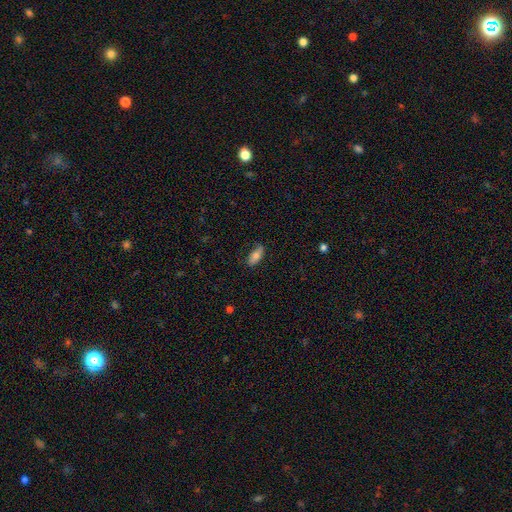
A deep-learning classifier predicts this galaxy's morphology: type=smooth (70%); roundness=in between (86%); merging=none (73%).